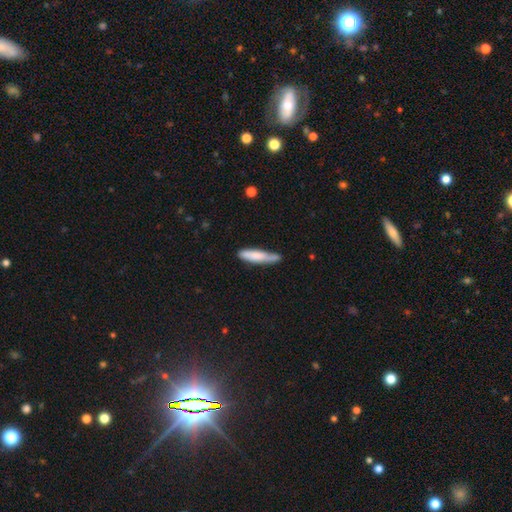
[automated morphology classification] This is likely a smooth galaxy (73%). How rounded: clearly cigar-shaped (85%). Merging: likely none (61%).